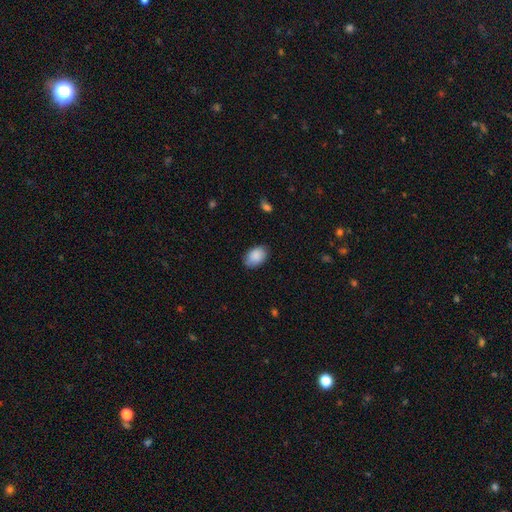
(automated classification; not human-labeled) Smooth or featured?
  - smooth: 89% *
  - star or artifact: 6%
  - featured or disk: 4%
How rounded?
  - in between: 86% *
  - round: 13%
  - cigar-shaped: 1%
Merging?
  - none: 83% *
  - minor disturbance: 14%
  - major disturbance: 3%
  - merger: 1%